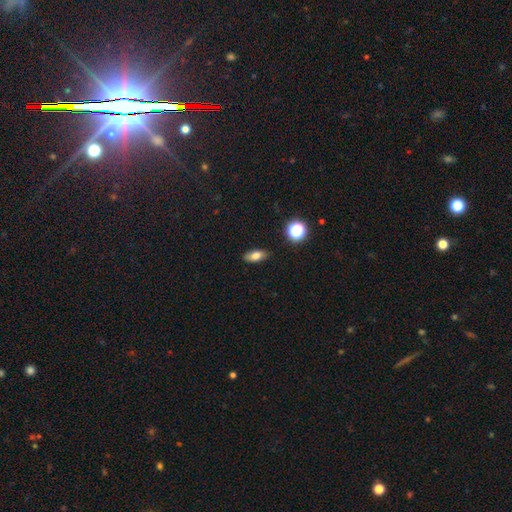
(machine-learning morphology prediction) This appears to be a smooth galaxy with no disk features (74%) that is in between round and cigar-shaped (81%). Merging: none (87%).